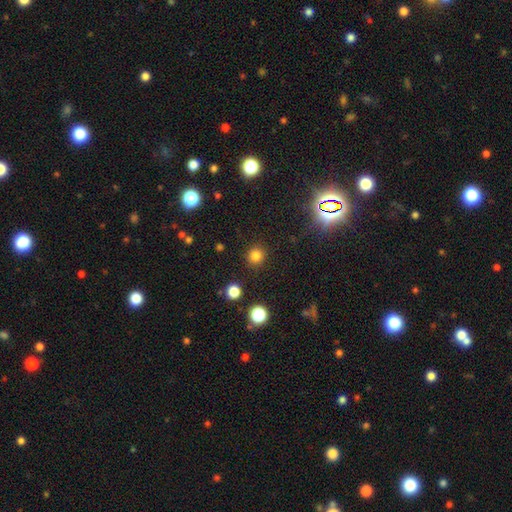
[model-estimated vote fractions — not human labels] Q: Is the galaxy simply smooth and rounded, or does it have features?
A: smooth — 81%.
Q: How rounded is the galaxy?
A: round — 93%.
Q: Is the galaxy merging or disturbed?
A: none — 91%.